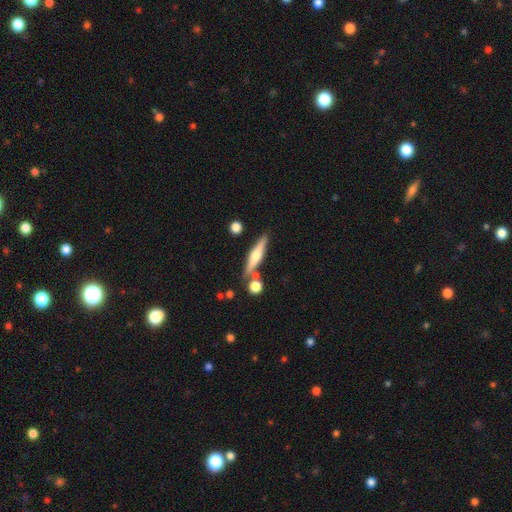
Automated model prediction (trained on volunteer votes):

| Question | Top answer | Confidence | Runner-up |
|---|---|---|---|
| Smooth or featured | featured or disk | 58% | smooth (36%) |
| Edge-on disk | yes | 96% | no (4%) |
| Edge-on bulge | rounded | 88% | boxy (6%) |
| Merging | none | 79% | minor disturbance (10%) |